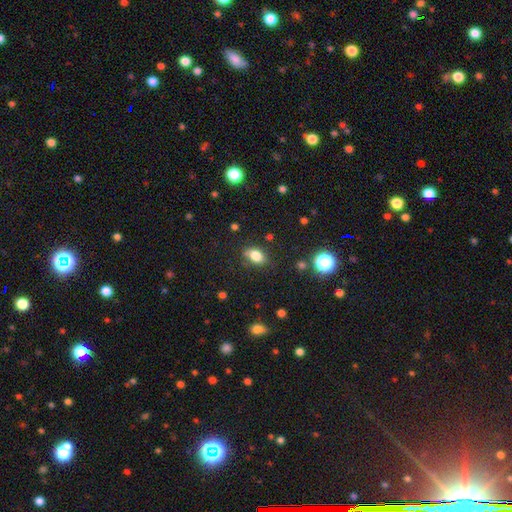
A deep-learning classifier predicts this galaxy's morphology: smooth 81%, star or artifact 11%, featured or disk 8%. Down the decision tree: how rounded — in between (79%); merging — none (76%).